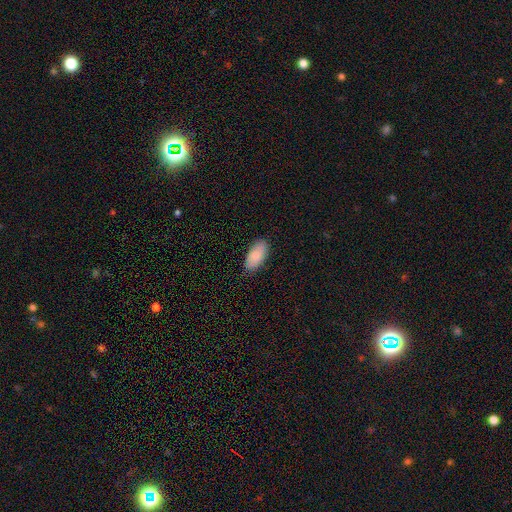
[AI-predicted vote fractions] Overall: smooth (81%). How rounded: in between (93%). Merging: none (84%).